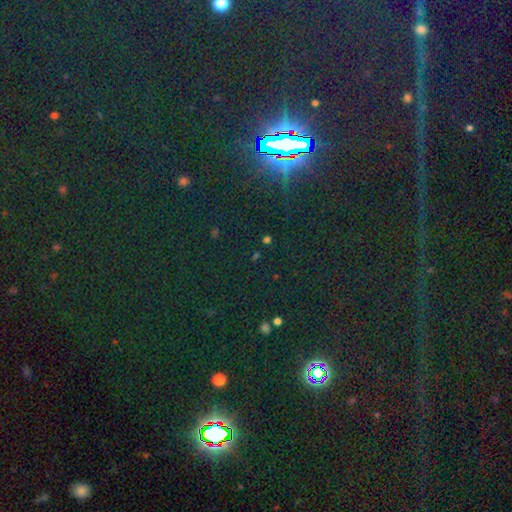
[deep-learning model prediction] A star or artifact, not a galaxy (79%).

Vote fractions:
- Smooth or featured? star or artifact: 79% / smooth: 14% / featured or disk: 7%